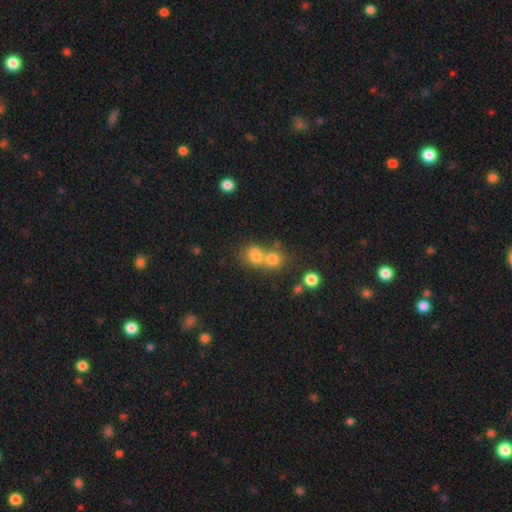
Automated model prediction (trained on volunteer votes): This appears to be a smooth galaxy with no disk features (72%) that is round (67%). Merging: merger (60%).